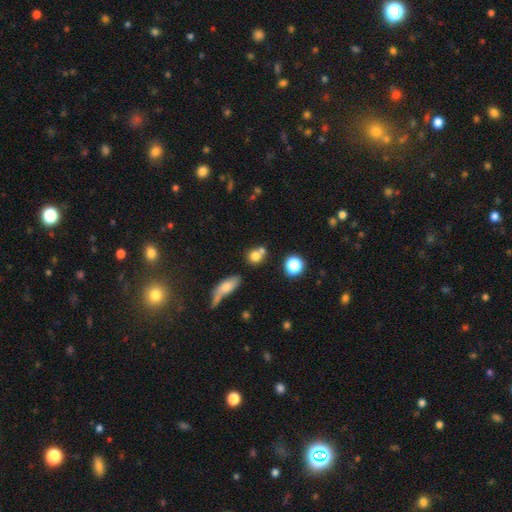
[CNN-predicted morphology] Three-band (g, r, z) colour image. It shows a smooth galaxy with no disk features (74%) that is round (75%). Merging: none (47%).